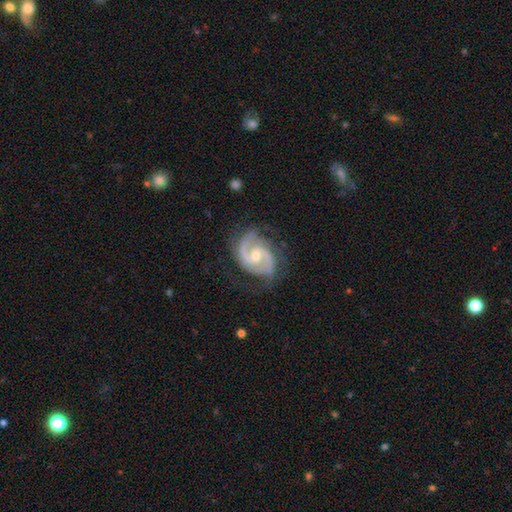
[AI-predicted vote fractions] Q: Smooth or featured?
A: featured or disk (93%); runner-up: star or artifact (4%)
Q: Edge-on disk?
A: no (98%); runner-up: yes (2%)
Q: Bar?
A: no (47%); runner-up: weak (43%)
Q: Spiral arms?
A: yes (98%); runner-up: no (2%)
Q: Spiral winding?
A: medium (57%); runner-up: tight (32%)
Q: Spiral arm count?
A: 2 (91%); runner-up: 3 (3%)
Q: Bulge size?
A: moderate (50%); runner-up: small (45%)
Q: Merging?
A: none (76%); runner-up: minor disturbance (18%)